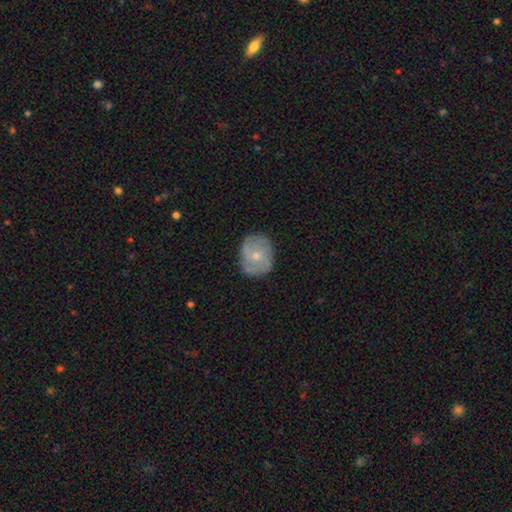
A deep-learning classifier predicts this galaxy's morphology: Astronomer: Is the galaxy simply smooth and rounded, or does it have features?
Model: smooth — 48% (runner-up: featured or disk, 45%).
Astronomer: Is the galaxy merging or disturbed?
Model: none — 72%.